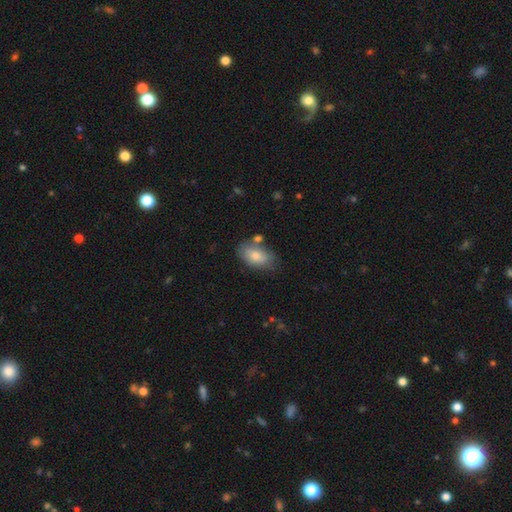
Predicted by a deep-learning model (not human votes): Q: Smooth or featured?
A: smooth (80%); runner-up: featured or disk (14%)
Q: How rounded?
A: in between (92%); runner-up: round (7%)
Q: Merging?
A: none (64%); runner-up: minor disturbance (21%)